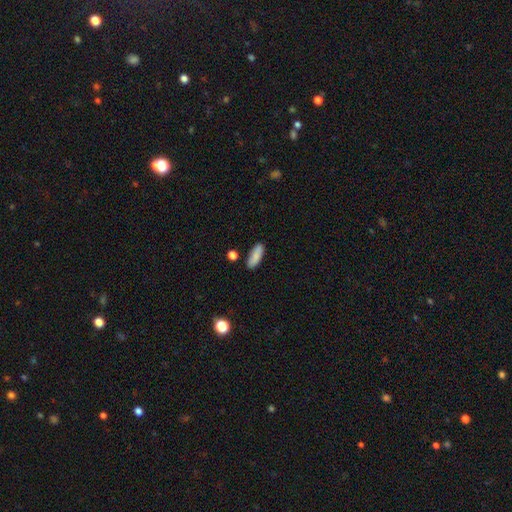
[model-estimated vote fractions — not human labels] Morphology: type=smooth (86%); roundness=in between (60%); merging=none (83%).